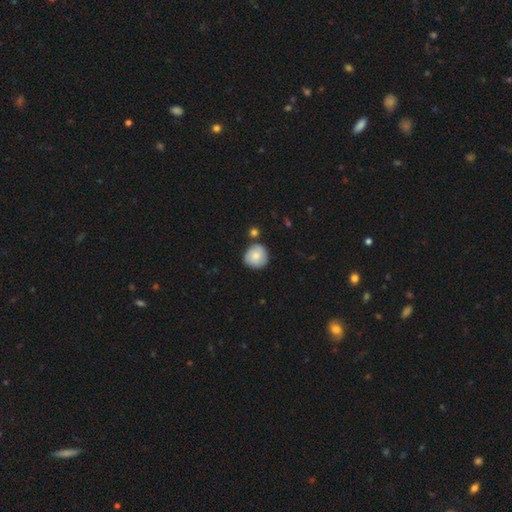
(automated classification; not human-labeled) The model was most divided on "merging": none: 73%, minor disturbance: 16%, merger: 7%, major disturbance: 3%. More confident: how rounded — round (91%); smooth or featured — smooth (75%).